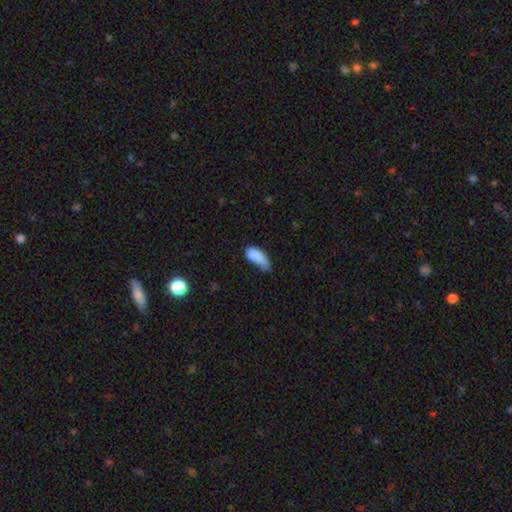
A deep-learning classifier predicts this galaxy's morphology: smooth 84%, featured or disk 8%, star or artifact 8%. Down the decision tree: how rounded — in between (87%); merging — minor disturbance (44%).